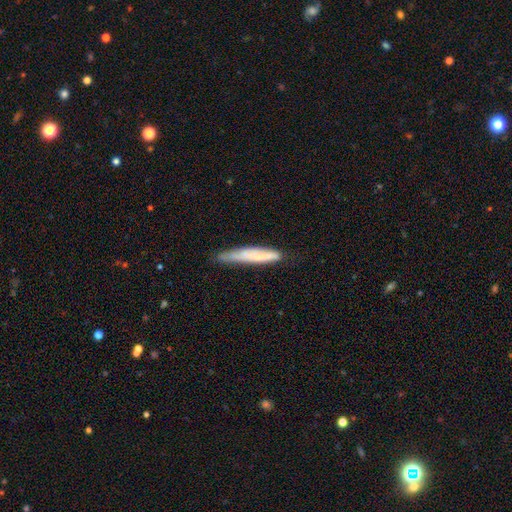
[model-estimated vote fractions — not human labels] The model was most divided on "smooth or featured": smooth: 62%, featured or disk: 31%, star or artifact: 7%. More confident: how rounded — cigar-shaped (92%); merging — none (63%).